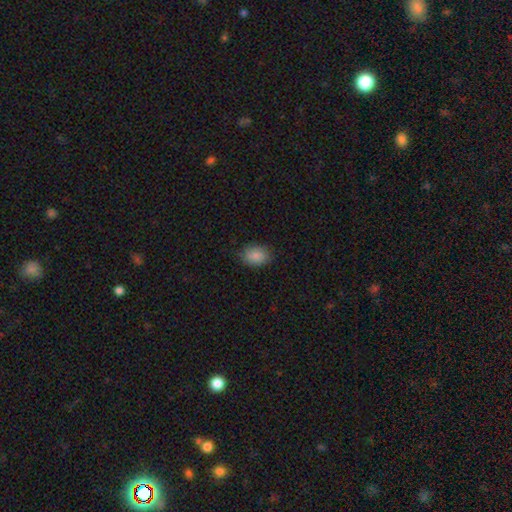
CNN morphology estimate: This is clearly a smooth galaxy (87%). How rounded: likely in between (76%). Merging: clearly none (81%).